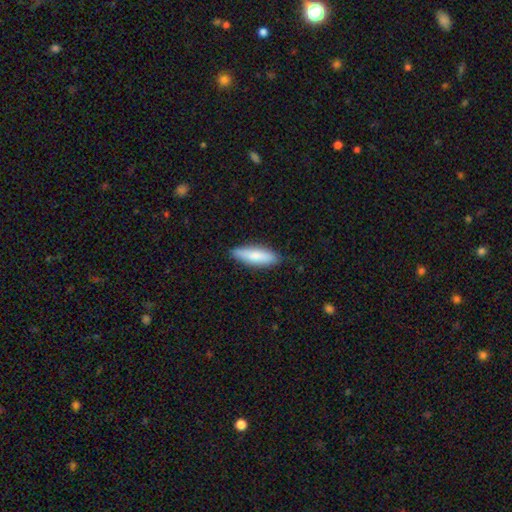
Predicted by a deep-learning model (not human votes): This appears to be a smooth galaxy with no disk features (78%) that is cigar-shaped (55%). Merging: none (82%).